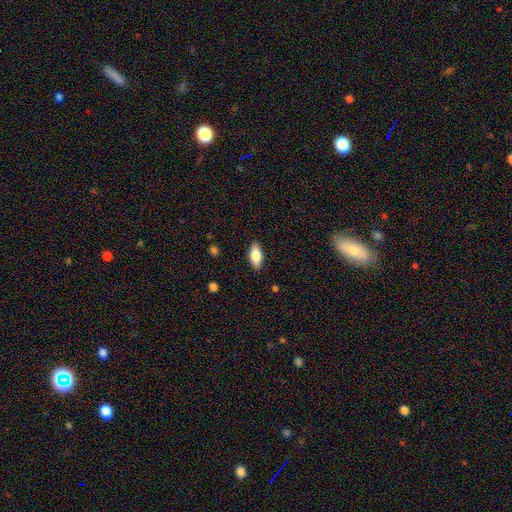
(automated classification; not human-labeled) A smooth galaxy with no disk features (83%) that is in between round and cigar-shaped (86%). Merging: none (89%).